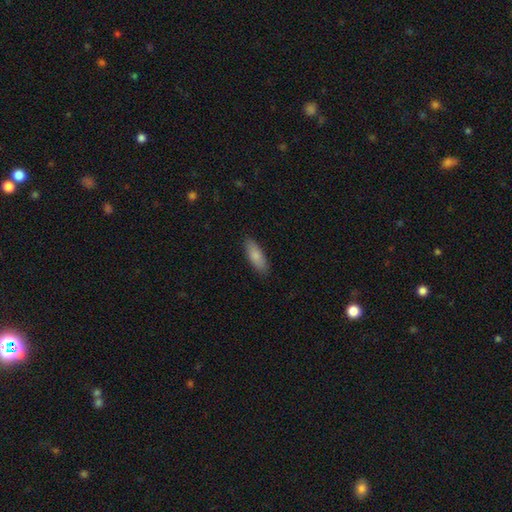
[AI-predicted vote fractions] This is clearly a smooth galaxy (84%). How rounded: likely in between (66%). Merging: clearly none (88%).